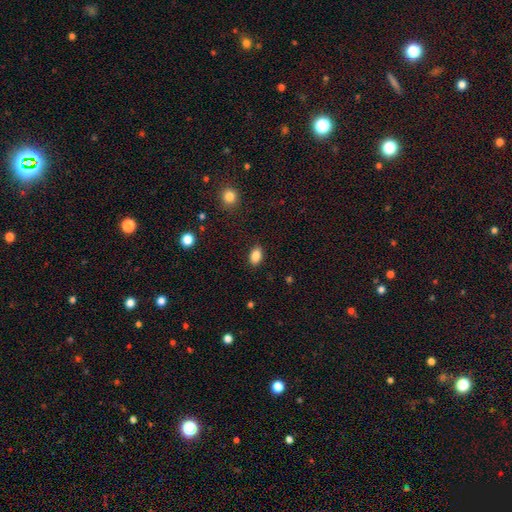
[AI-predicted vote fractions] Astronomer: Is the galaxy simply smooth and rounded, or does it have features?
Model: smooth — 87%.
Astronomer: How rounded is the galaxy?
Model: in between — 87%.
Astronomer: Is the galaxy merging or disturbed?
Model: none — 88%.